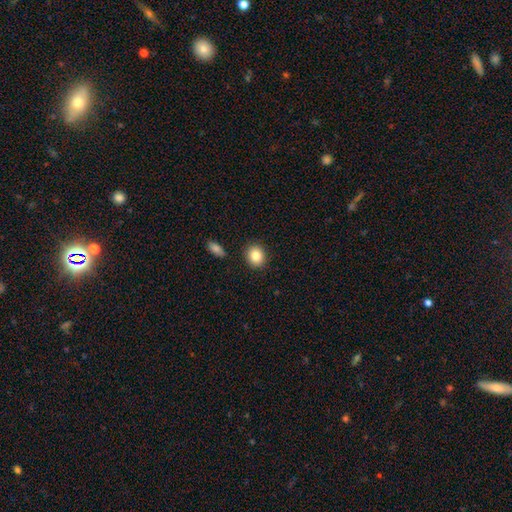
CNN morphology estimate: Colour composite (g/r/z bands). It shows a smooth galaxy with no disk features (84%) that is round (70%). Merging: none (88%).